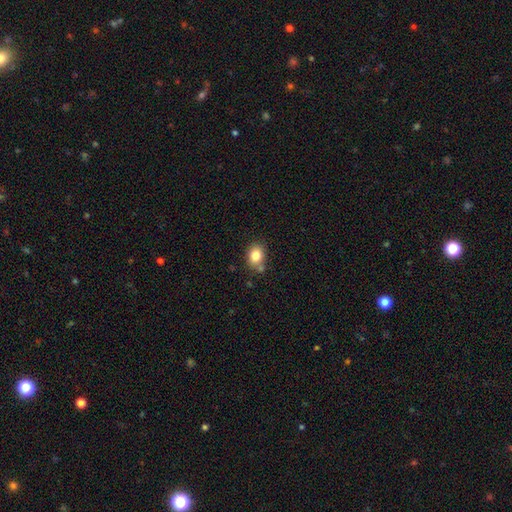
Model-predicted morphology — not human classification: Smooth or featured? Predicted: smooth (p=0.83). How rounded? Predicted: in between (p=0.56). Merging? Predicted: none (p=0.69).